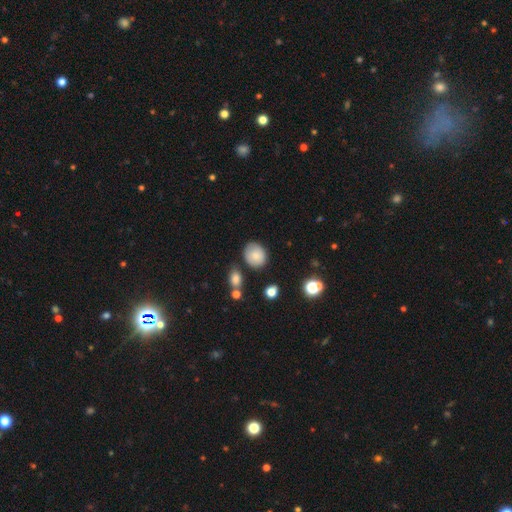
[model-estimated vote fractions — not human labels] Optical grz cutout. It shows a smooth galaxy with no disk features (79%) that is round (60%). Merging: none (73%).